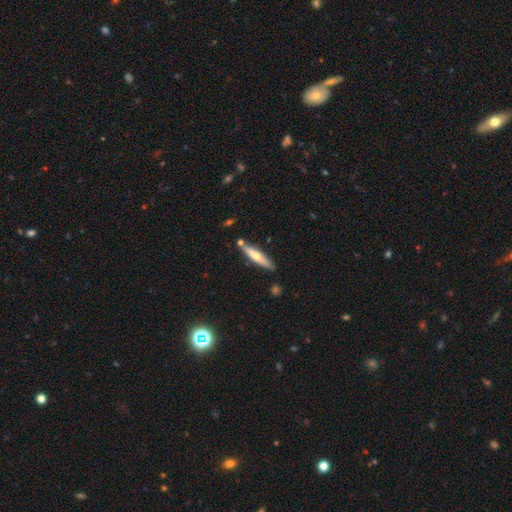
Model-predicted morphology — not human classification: smooth_or_featured: featured or disk (p=0.47) [tied with: smooth p=0.47]
merging: none (p=0.80) [alt: minor disturbance p=0.11]